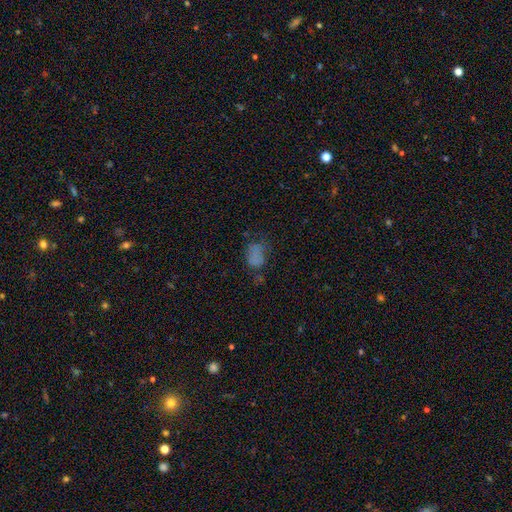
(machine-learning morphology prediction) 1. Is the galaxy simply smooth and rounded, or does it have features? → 68% smooth, 17% star or artifact, 15% featured or disk.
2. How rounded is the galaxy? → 80% in between, 18% round, 2% cigar-shaped.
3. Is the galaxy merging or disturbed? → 45% none, 27% minor disturbance, 22% major disturbance, 6% merger.